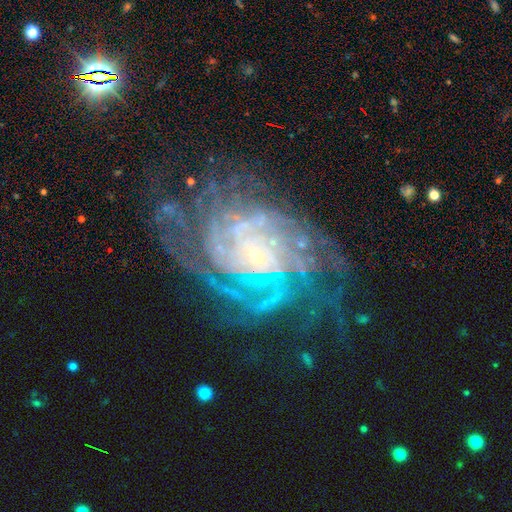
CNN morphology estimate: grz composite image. It shows a featured or disk galaxy (89%) with no bar (71%), more than 4 (28%) tight (70%) spiral arms (97%) and a small central bulge (83%). Merging: none (67%).